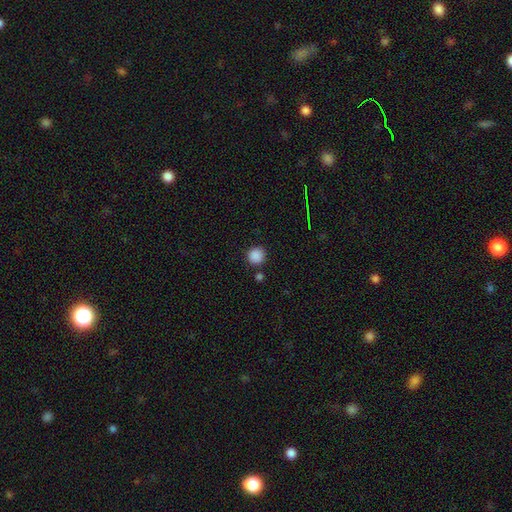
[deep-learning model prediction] Q: Smooth or featured?
A: smooth (87%); runner-up: star or artifact (11%)
Q: How rounded?
A: round (93%); runner-up: in between (6%)
Q: Merging?
A: none (84%); runner-up: minor disturbance (8%)